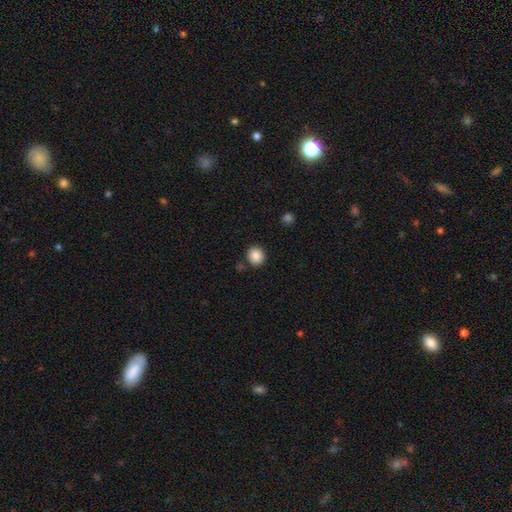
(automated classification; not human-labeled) Smooth or featured? smooth (87%)
How rounded? round (88%)
Merging? none (87%)